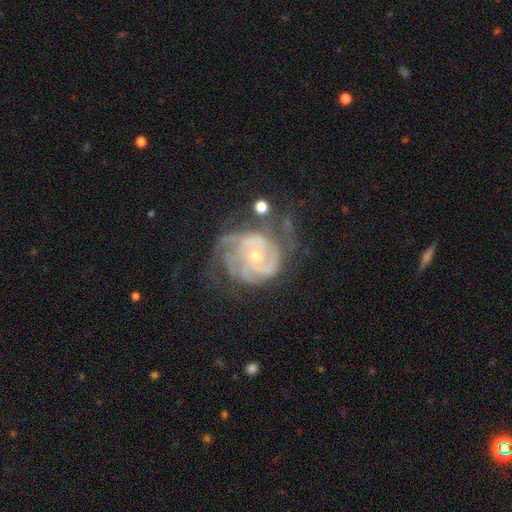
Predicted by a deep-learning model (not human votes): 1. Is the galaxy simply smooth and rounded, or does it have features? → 88% featured or disk, 6% star or artifact, 6% smooth.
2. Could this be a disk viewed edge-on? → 98% no, 2% yes.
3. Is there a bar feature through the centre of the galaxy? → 72% no, 22% weak, 6% strong.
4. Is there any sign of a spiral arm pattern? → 95% yes, 5% no.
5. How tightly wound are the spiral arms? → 65% tight, 29% medium, 6% loose.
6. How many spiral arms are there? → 28% 3, 27% can't tell, 17% 2, 17% 4, 6% more than 4, 5% 1.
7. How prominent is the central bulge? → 61% small, 36% moderate, 1% large, 1% none, 1% dominant.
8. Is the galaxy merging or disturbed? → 49% none, 24% minor disturbance, 22% major disturbance, 5% merger.